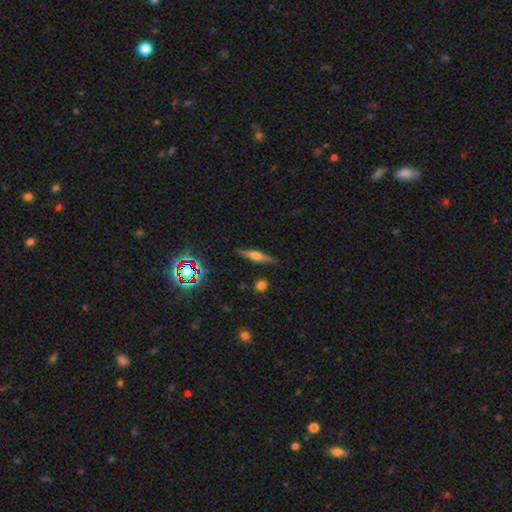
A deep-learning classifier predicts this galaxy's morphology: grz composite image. It shows a featured or disk galaxy (51%) viewed edge-on (93%). Merging: none (85%).